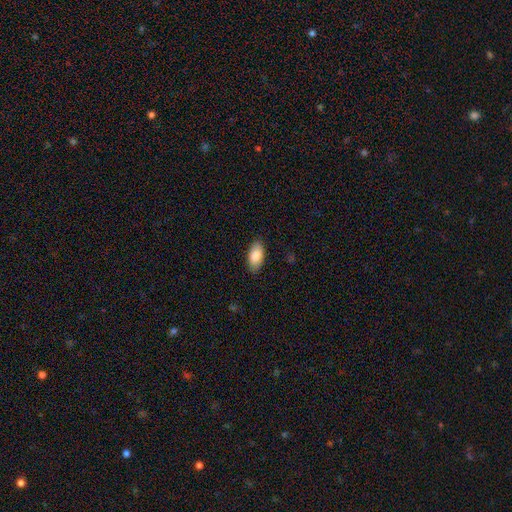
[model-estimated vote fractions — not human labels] This is clearly a smooth galaxy (86%). How rounded: clearly in between (93%). Merging: clearly none (87%).